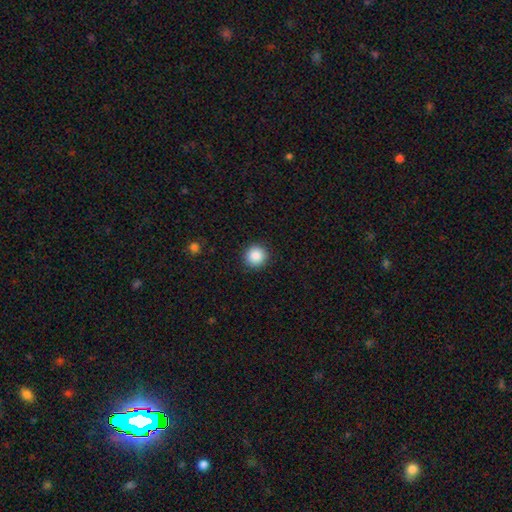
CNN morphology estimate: Q: Smooth or featured?
A: smooth (88%); runner-up: star or artifact (9%)
Q: How rounded?
A: round (95%); runner-up: in between (4%)
Q: Merging?
A: none (92%); runner-up: minor disturbance (6%)